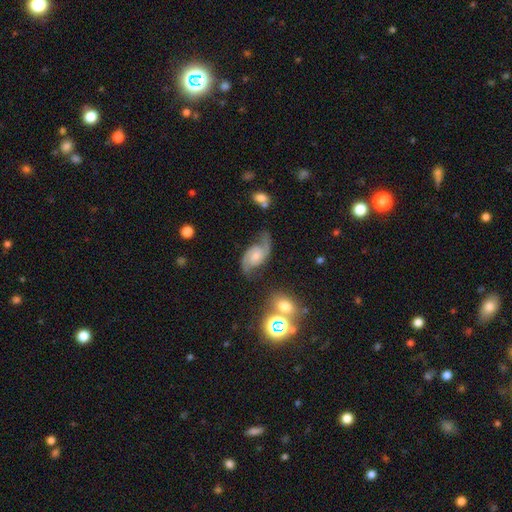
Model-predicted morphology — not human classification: Smooth or featured? Predicted: featured or disk (p=0.86). Edge-on disk? Predicted: no (p=0.97). Bar? Predicted: no (p=0.58). Spiral arms? Predicted: yes (p=0.97). Spiral winding? Predicted: medium (p=0.52). Spiral arm count? Predicted: 2 (p=0.92). Bulge size? Predicted: moderate (p=0.43). Merging? Predicted: none (p=0.67).